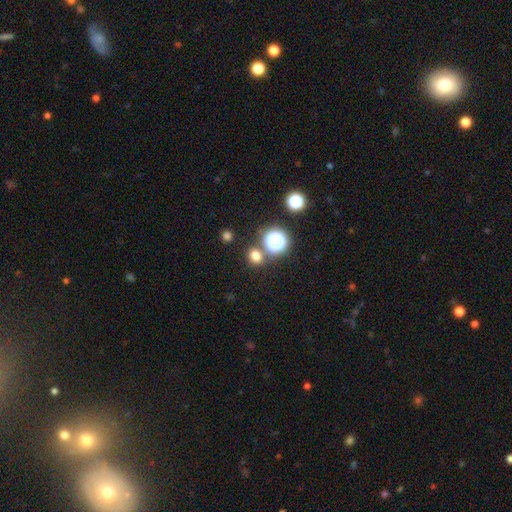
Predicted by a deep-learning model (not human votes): Smooth or featured?
  - smooth: 71% *
  - star or artifact: 23%
  - featured or disk: 6%
How rounded?
  - round: 75% *
  - in between: 24%
  - cigar-shaped: 1%
Merging?
  - none: 75% *
  - merger: 14%
  - minor disturbance: 8%
  - major disturbance: 3%